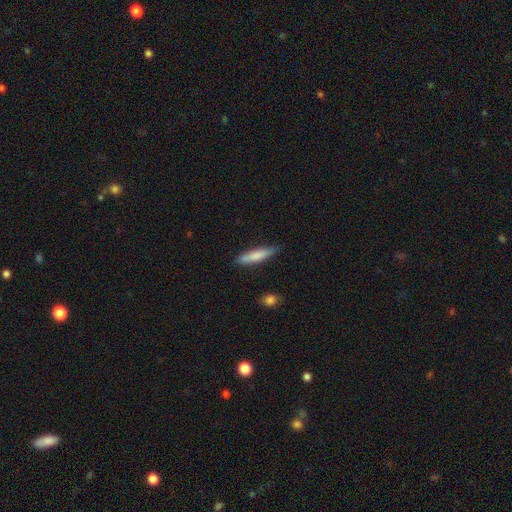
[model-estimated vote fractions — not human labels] A smooth galaxy with no disk features (79%) that is cigar-shaped (84%). Merging: none (84%).